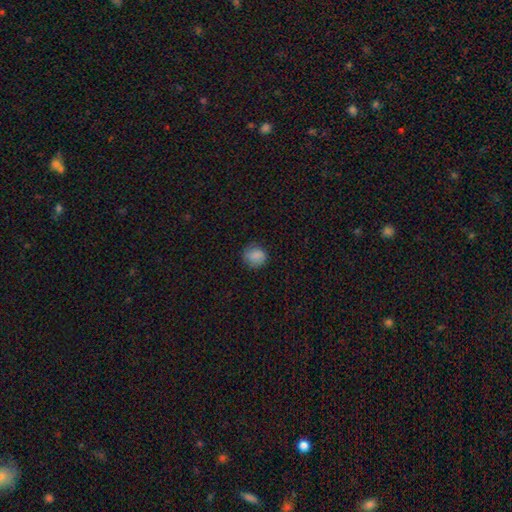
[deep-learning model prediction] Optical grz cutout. It shows a smooth galaxy with no disk features (82%) that is round (81%). Merging: none (77%).